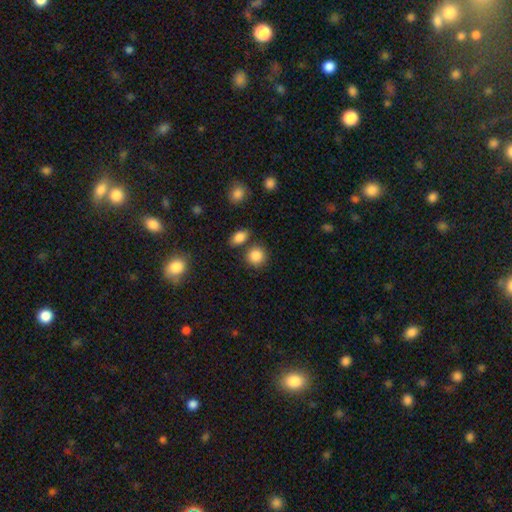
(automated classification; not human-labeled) Smooth or featured? smooth (86%)
How rounded? round (85%)
Merging? none (76%)